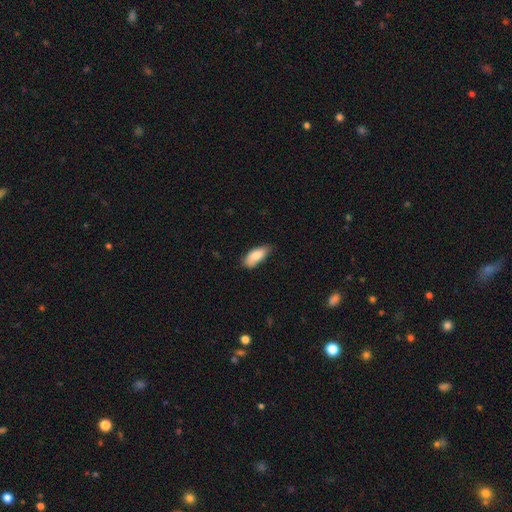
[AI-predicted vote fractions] smooth-or-featured: smooth: 85% | featured or disk: 9% | star or artifact: 6%
  how-rounded: in between: 83% | cigar-shaped: 15% | round: 2%
  merging: none: 70% | minor disturbance: 26% | major disturbance: 3% | merger: 1%